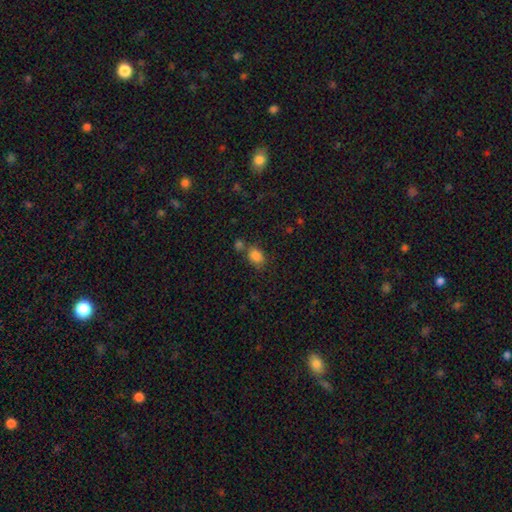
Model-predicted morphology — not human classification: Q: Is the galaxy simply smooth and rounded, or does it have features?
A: smooth — 84%.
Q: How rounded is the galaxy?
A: in between — 70%.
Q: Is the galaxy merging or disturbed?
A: none — 60%.